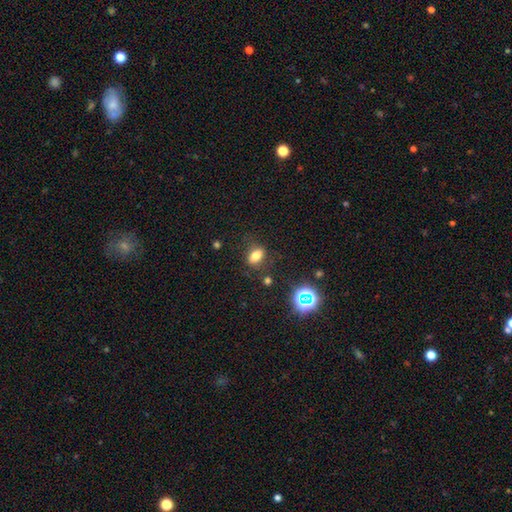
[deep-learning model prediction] Smooth or featured: smooth — 73% (star or artifact — 16%)
How rounded: in between — 77% (round — 20%)
Merging: none — 79% (minor disturbance — 14%)